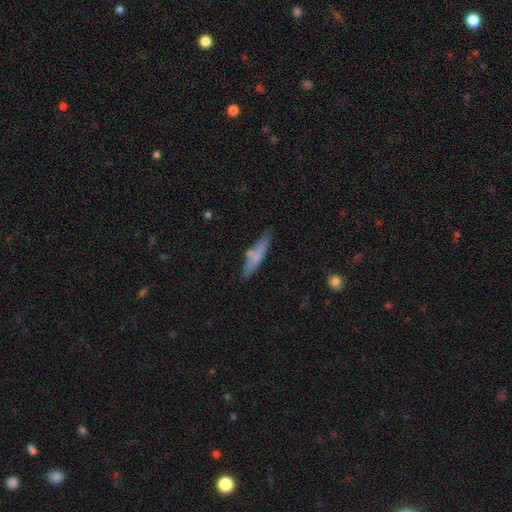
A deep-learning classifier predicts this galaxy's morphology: This is likely a smooth galaxy (67%). How rounded: clearly cigar-shaped (84%). Merging: likely none (78%).